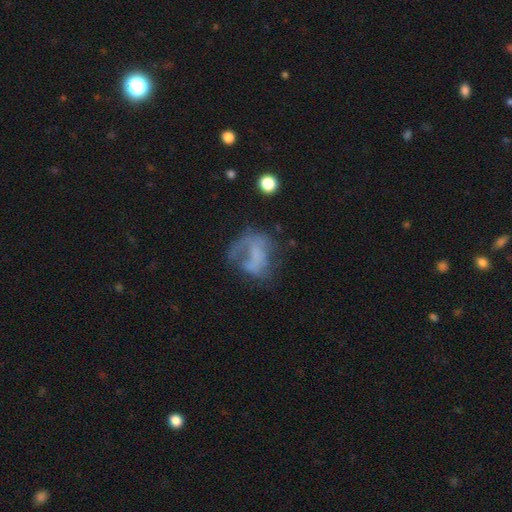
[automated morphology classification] The model was most divided on "merging": major disturbance: 41%, none: 33%, minor disturbance: 21%, merger: 6%. Remaining: smooth or featured — featured or disk (49%).